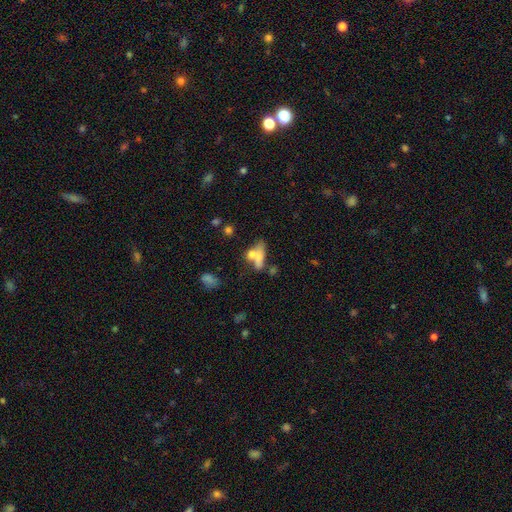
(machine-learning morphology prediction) type=smooth (60%); roundness=in between (61%); merging=merger (50%).